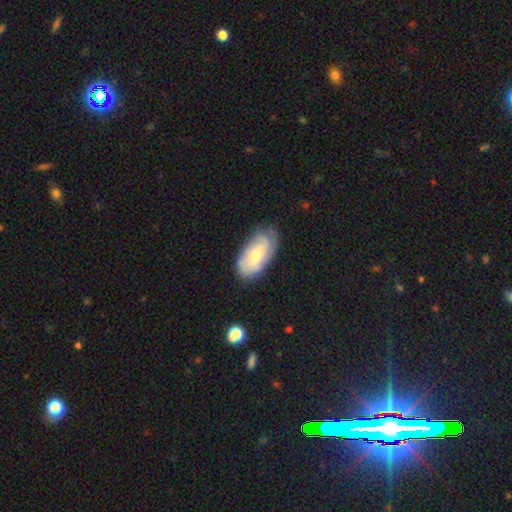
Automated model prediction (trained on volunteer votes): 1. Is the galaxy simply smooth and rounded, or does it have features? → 53% featured or disk, 41% smooth, 6% star or artifact.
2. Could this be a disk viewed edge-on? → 93% no, 7% yes.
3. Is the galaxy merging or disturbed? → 71% none, 21% minor disturbance, 6% major disturbance, 2% merger.